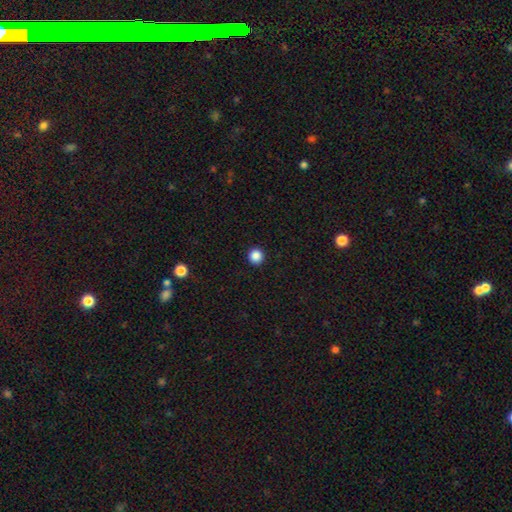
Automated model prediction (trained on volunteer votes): Smooth or featured: smooth — 87% (star or artifact — 11%)
How rounded: round — 94% (in between — 5%)
Merging: none — 94% (minor disturbance — 4%)